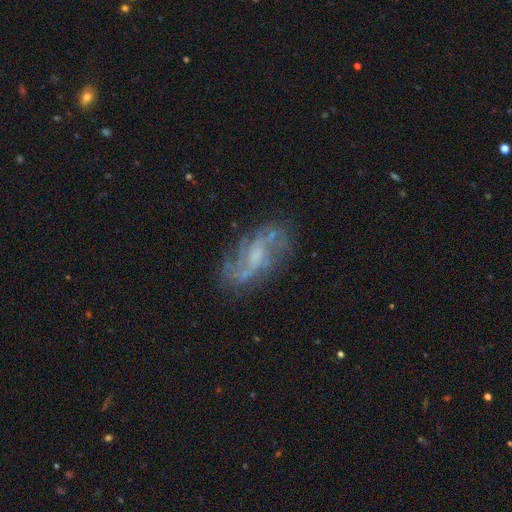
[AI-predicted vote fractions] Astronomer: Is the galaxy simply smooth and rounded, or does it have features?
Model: featured or disk — 77%.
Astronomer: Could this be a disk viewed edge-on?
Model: no — 94%.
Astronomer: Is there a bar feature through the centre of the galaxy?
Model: weak — 45% (runner-up: no, 44%).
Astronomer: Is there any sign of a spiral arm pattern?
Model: yes — 84%.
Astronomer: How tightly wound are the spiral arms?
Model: loose — 46% (runner-up: medium, 38%).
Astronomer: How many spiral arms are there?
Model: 2 — 44% (runner-up: can't tell, 28%).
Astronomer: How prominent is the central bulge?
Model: small — 41% (runner-up: none, 28%).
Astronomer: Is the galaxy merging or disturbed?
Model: none — 66%.